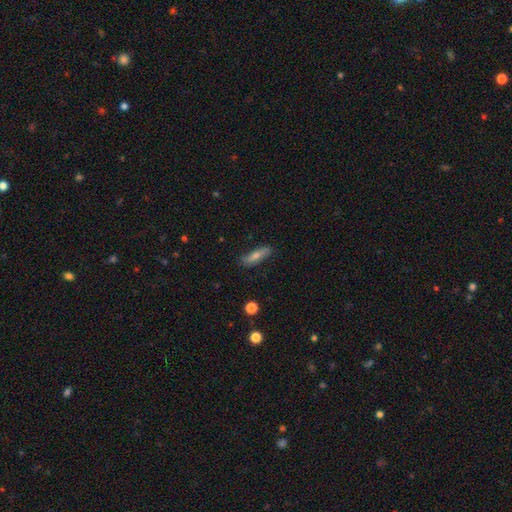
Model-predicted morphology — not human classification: The model was most divided on "smooth or featured": smooth: 58%, featured or disk: 34%, star or artifact: 9%. More confident: merging — none (84%); how rounded — cigar-shaped (71%).